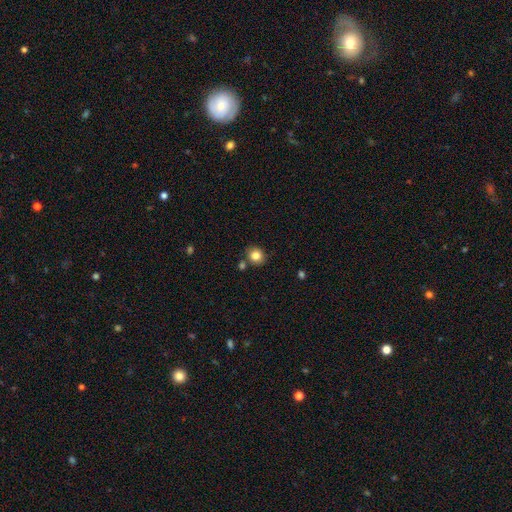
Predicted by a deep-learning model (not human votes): This is clearly a smooth galaxy (83%). How rounded: clearly round (83%). Merging: likely none (78%).